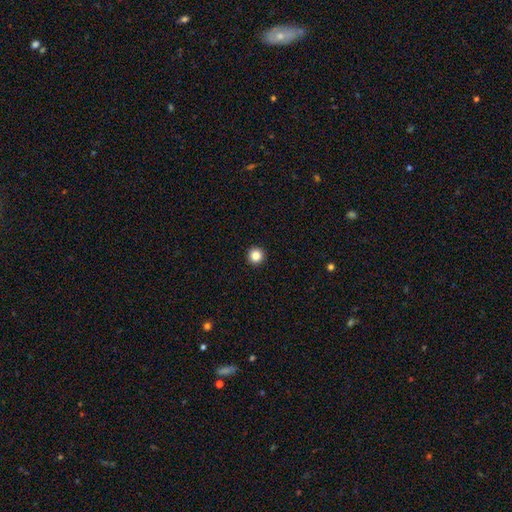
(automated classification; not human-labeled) smooth_or_featured: smooth (p=0.85) [alt: star or artifact p=0.11]
how_rounded: round (p=0.96) [alt: in between p=0.03]
merging: none (p=0.94) [alt: minor disturbance p=0.04]